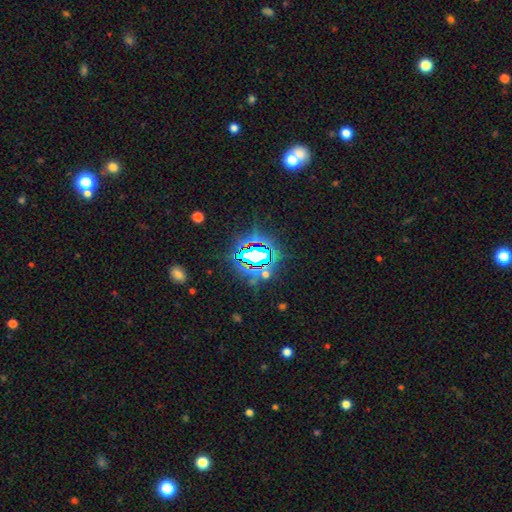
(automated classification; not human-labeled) This appears to be a star or artifact, not a galaxy (75%).